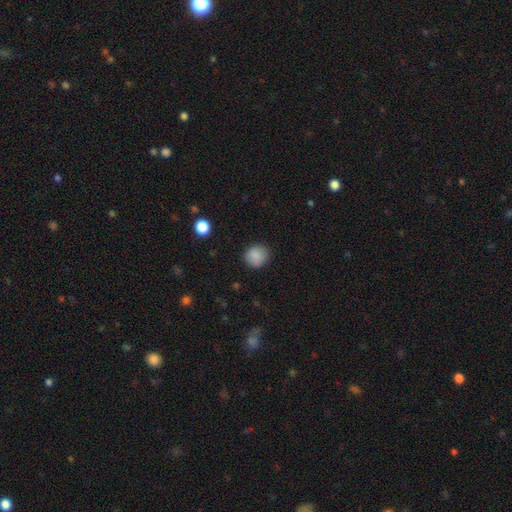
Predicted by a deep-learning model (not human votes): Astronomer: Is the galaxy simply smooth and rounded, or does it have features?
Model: smooth — 87%.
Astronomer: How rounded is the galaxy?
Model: round — 87%.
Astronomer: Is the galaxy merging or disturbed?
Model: none — 86%.